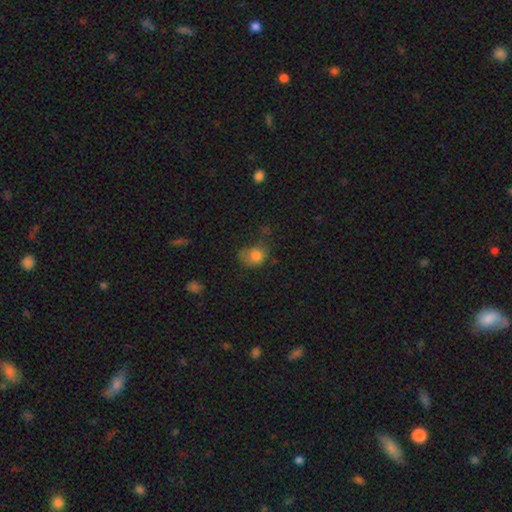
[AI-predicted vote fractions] Smooth or featured? smooth (76%)
How rounded? round (51%)
Merging? none (35%)